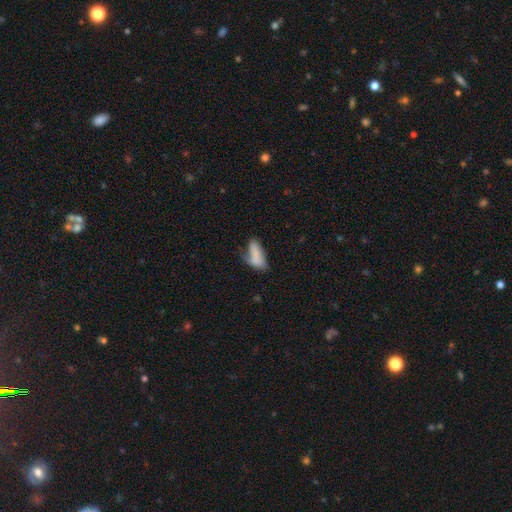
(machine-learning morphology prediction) A smooth galaxy with no disk features (74%) that is in between round and cigar-shaped (73%). Merging: none (31%).